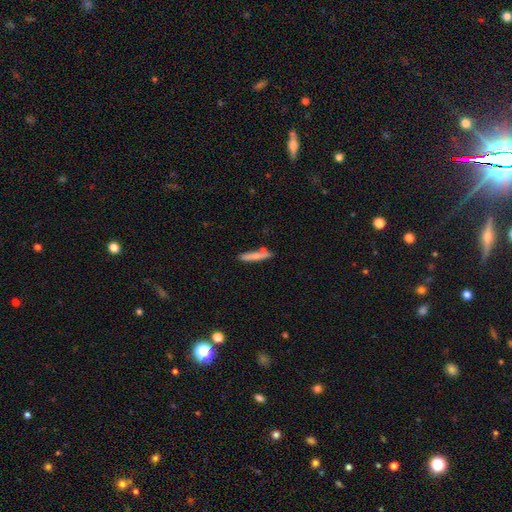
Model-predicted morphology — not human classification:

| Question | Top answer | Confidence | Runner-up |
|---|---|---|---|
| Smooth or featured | smooth | 71% | featured or disk (23%) |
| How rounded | cigar-shaped | 91% | in between (8%) |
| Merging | none | 73% | minor disturbance (16%) |